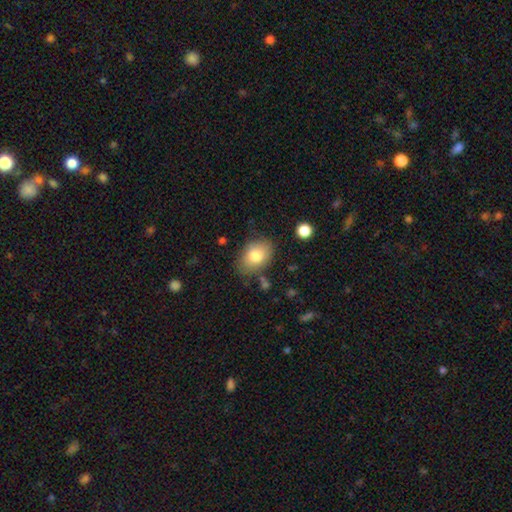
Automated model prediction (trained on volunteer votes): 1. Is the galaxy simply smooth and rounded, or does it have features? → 80% smooth, 12% featured or disk, 8% star or artifact.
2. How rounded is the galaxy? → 80% in between, 19% round, 1% cigar-shaped.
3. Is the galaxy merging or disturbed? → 76% none, 17% minor disturbance, 4% major disturbance, 3% merger.